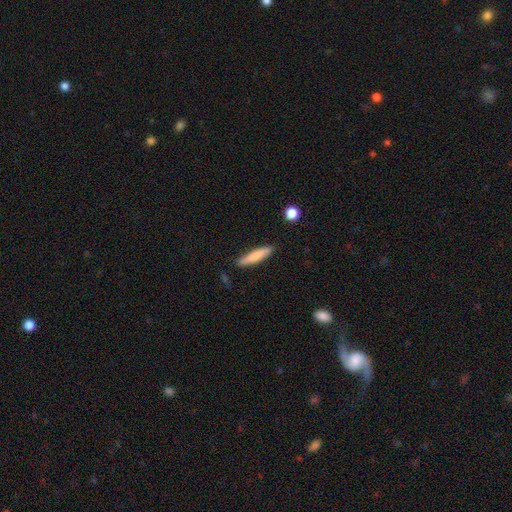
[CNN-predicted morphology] Overall: smooth (78%). How rounded: cigar-shaped (86%). Merging: none (86%).